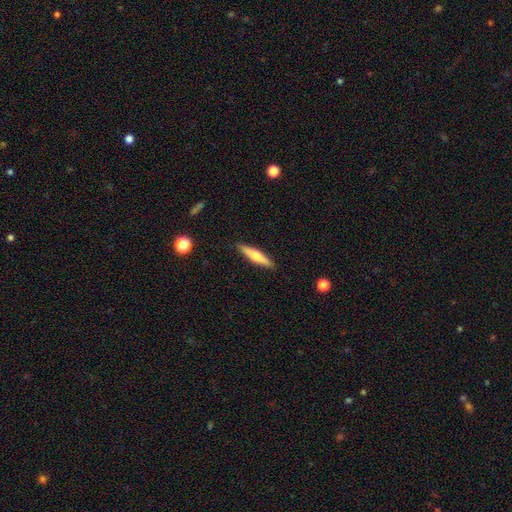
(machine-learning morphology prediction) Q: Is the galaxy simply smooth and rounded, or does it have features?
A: smooth — 51%.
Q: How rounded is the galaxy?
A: cigar-shaped — 87%.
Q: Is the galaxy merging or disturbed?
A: none — 90%.